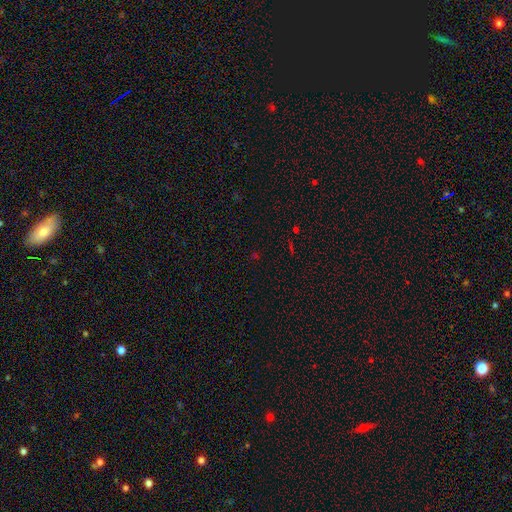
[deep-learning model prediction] Smooth or featured: star or artifact — 67% (smooth — 25%)